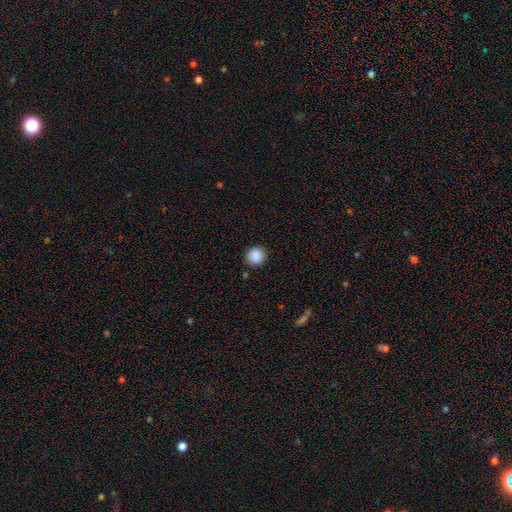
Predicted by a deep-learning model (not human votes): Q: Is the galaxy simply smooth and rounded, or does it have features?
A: smooth — 88%.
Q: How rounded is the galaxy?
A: round — 89%.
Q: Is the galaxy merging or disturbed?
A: none — 87%.